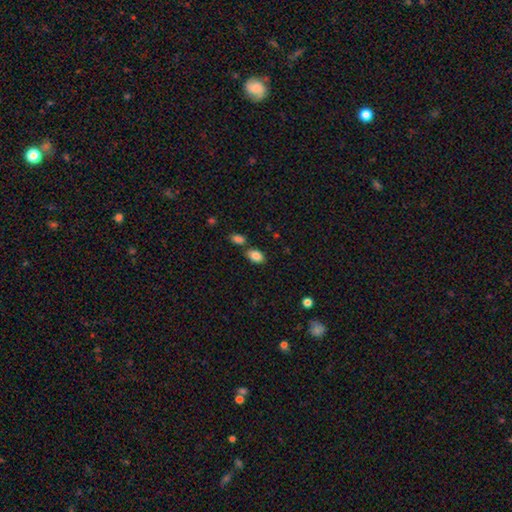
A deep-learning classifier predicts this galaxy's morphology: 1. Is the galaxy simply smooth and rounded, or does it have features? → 86% smooth, 8% star or artifact, 6% featured or disk.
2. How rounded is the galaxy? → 89% in between, 10% round, 1% cigar-shaped.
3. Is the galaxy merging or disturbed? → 69% none, 16% merger, 12% minor disturbance, 3% major disturbance.